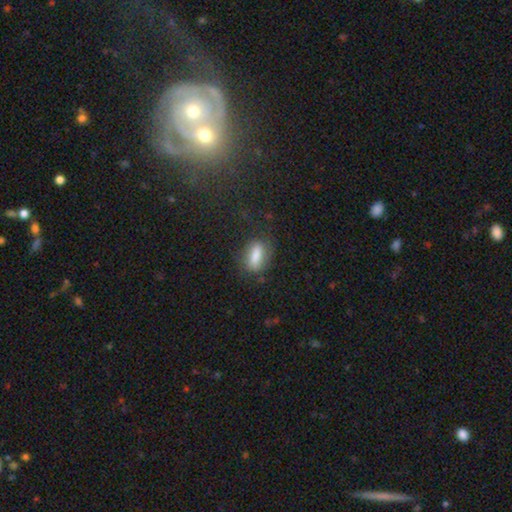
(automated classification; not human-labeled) Smooth or featured? Predicted: smooth (p=0.78). How rounded? Predicted: in between (p=0.74). Merging? Predicted: none (p=0.68).